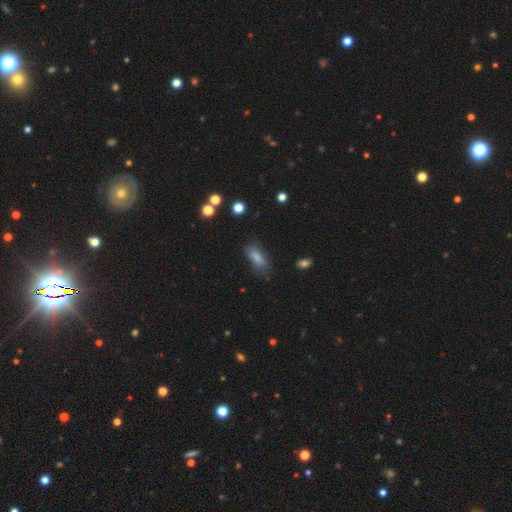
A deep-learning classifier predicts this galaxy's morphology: Smooth or featured: smooth — 76% (featured or disk — 12%)
How rounded: in between — 68% (cigar-shaped — 29%)
Merging: none — 73% (minor disturbance — 19%)